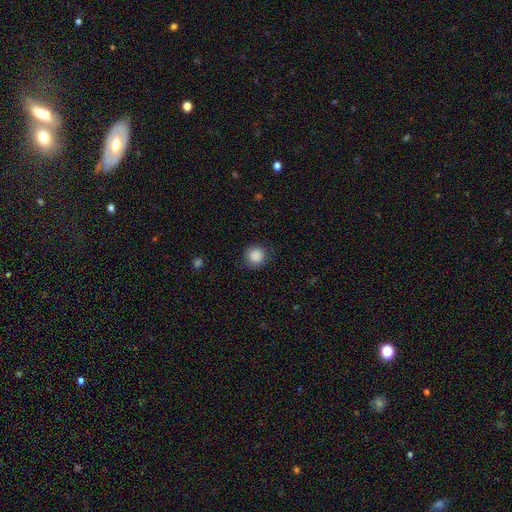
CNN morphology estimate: Overall: smooth (88%). How rounded: round (92%). Merging: none (84%).